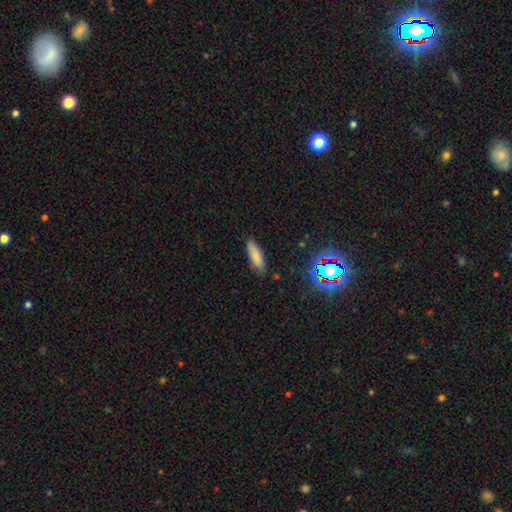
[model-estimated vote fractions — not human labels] smooth 81%, star or artifact 10%, featured or disk 9%. Down the decision tree: how rounded — cigar-shaped (54%); merging — none (85%).